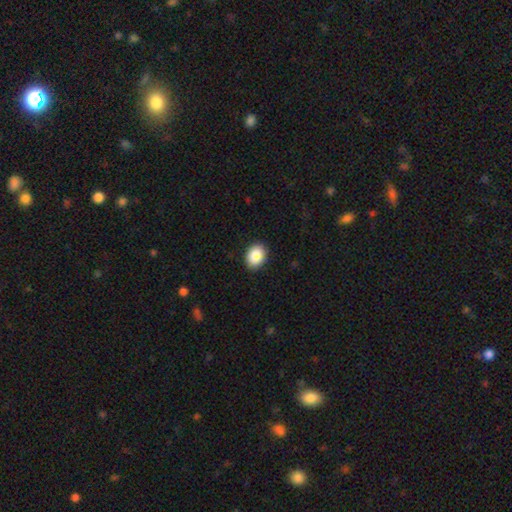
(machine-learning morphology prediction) This is clearly a smooth galaxy (89%). How rounded: likely in between (72%). Merging: clearly none (88%).